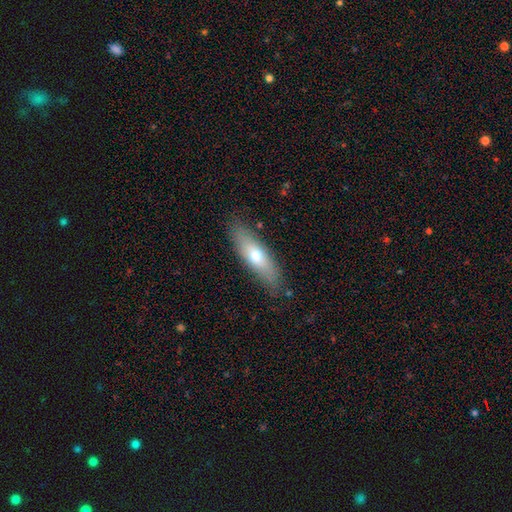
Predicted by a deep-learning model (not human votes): smooth-or-featured: smooth: 61% | featured or disk: 33% | star or artifact: 7%
  how-rounded: cigar-shaped: 50% | in between: 48% | round: 2%
  merging: none: 83% | minor disturbance: 13% | major disturbance: 3% | merger: 1%